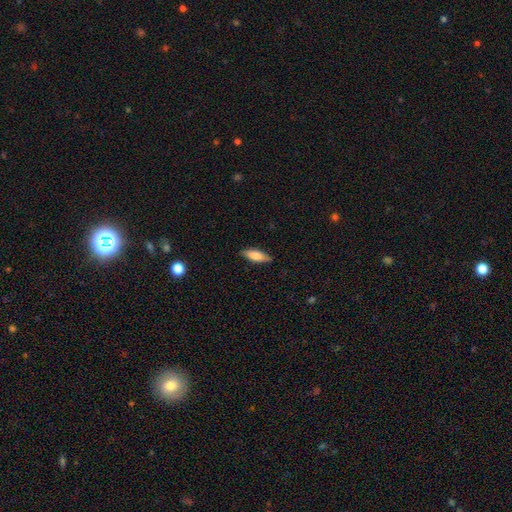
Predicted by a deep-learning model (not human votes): Morphology: type=smooth (78%); roundness=in between (62%); merging=none (85%).